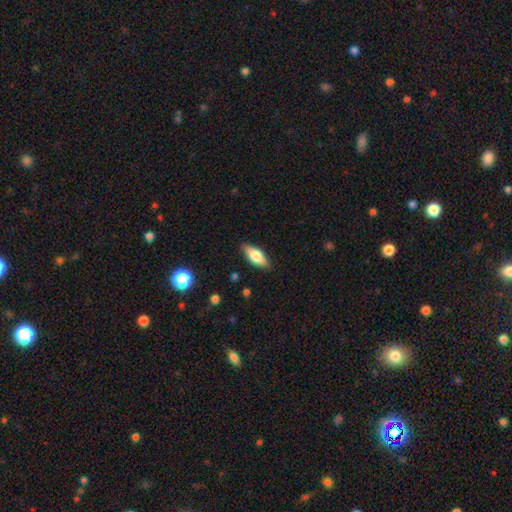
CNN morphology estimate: This appears to be a smooth galaxy with no disk features (70%) that is in between round and cigar-shaped (78%). Merging: none (86%).